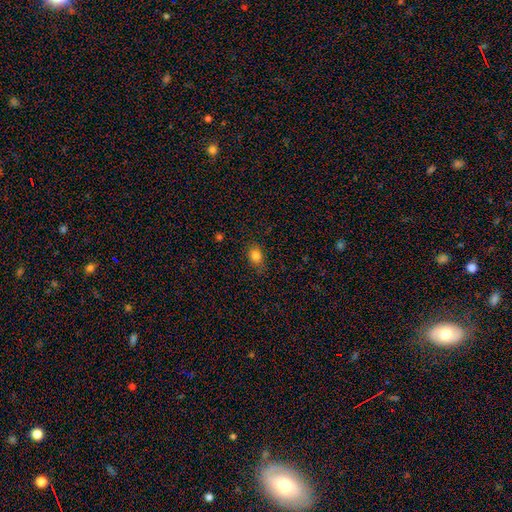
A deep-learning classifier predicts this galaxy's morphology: The model was most divided on "how rounded": in between: 62%, round: 37%, cigar-shaped: 2%. More confident: smooth or featured — smooth (83%); merging — none (80%).